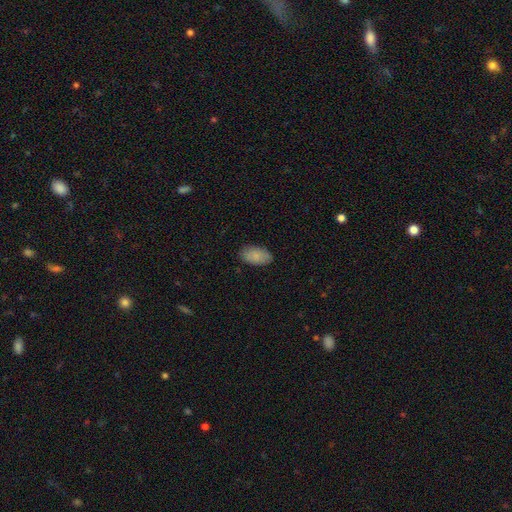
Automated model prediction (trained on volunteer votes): smooth-or-featured: smooth: 86% | featured or disk: 7% | star or artifact: 7%
  how-rounded: in between: 94% | round: 3% | cigar-shaped: 2%
  merging: none: 86% | minor disturbance: 11% | major disturbance: 2% | merger: 1%